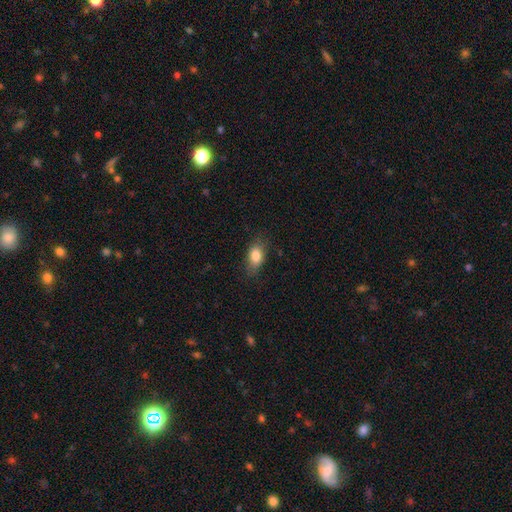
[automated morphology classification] Smooth or featured? smooth (82%)
How rounded? in between (86%)
Merging? none (77%)